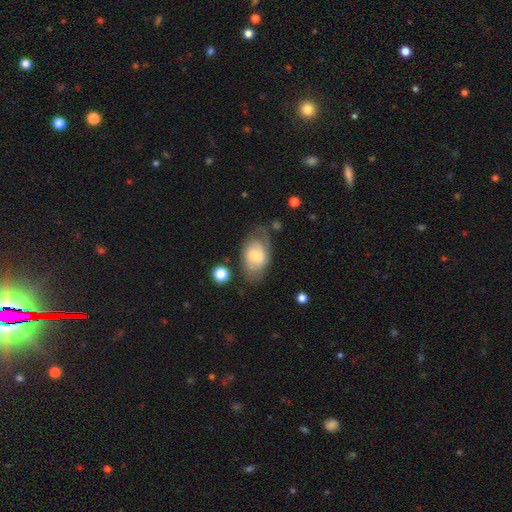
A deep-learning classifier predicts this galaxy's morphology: The model was most divided on "smooth or featured": smooth: 56%, featured or disk: 38%, star or artifact: 7%. More confident: how rounded — in between (87%); merging — none (57%).